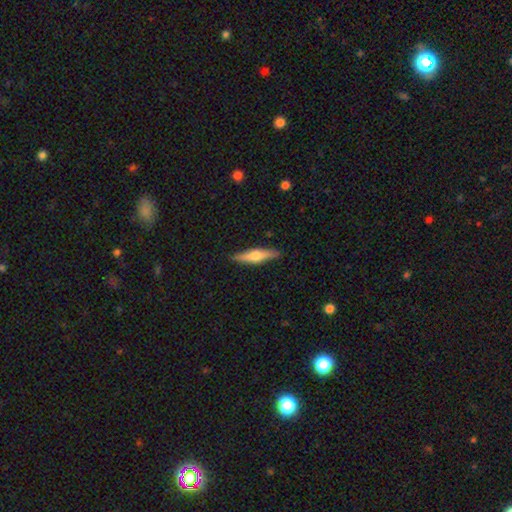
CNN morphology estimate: Smooth or featured: featured or disk — 52% (smooth — 42%)
Edge-on disk: yes — 95% (no — 5%)
Merging: none — 89% (minor disturbance — 8%)